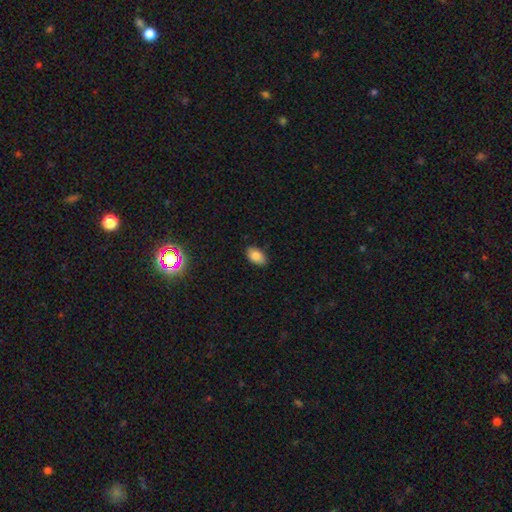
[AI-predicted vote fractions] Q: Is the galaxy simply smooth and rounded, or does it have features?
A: smooth — 84%.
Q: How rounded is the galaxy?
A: in between — 92%.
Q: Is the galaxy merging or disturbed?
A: none — 85%.